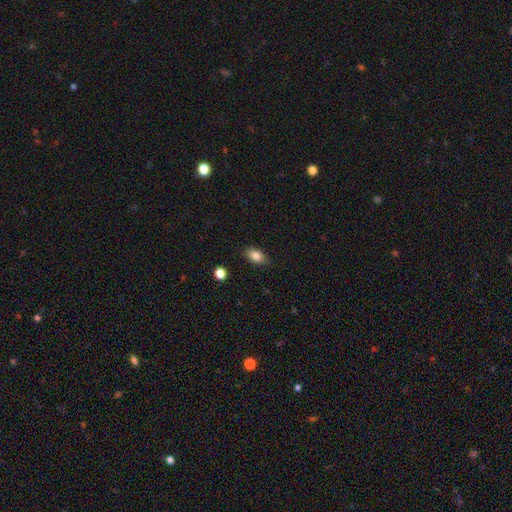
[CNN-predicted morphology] type=smooth (83%); roundness=in between (87%); merging=none (83%).